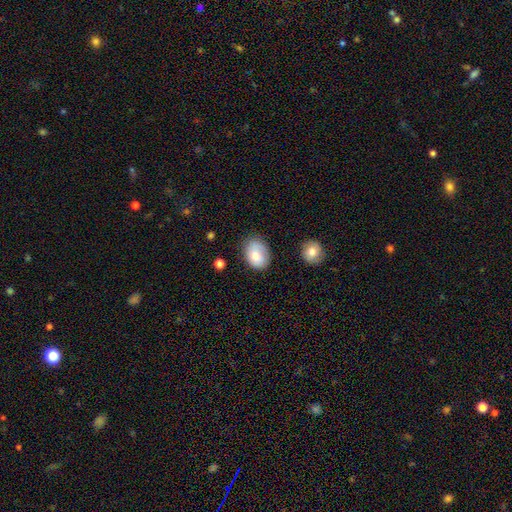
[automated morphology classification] smooth-or-featured: smooth: 75% | featured or disk: 17% | star or artifact: 8%
  how-rounded: in between: 72% | round: 27% | cigar-shaped: 1%
  merging: none: 67% | minor disturbance: 24% | major disturbance: 6% | merger: 3%